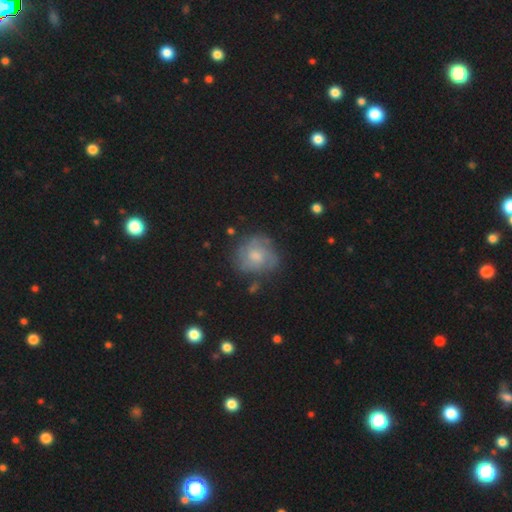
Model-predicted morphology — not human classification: Smooth or featured? Predicted: featured or disk (p=0.51). Edge-on disk? Predicted: no (p=0.97). Merging? Predicted: none (p=0.66).